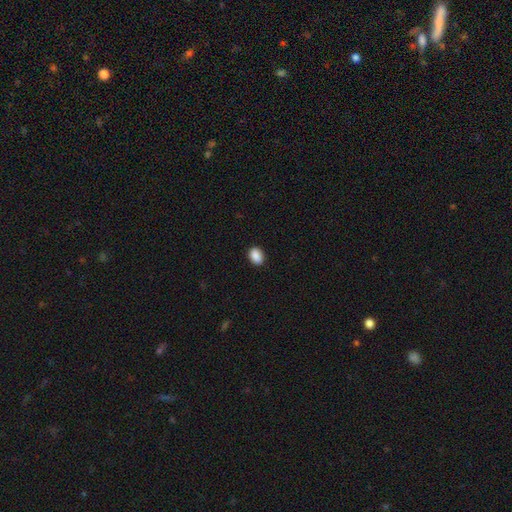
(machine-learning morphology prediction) This is clearly a smooth galaxy (89%). How rounded: likely in between (75%). Merging: clearly none (89%).